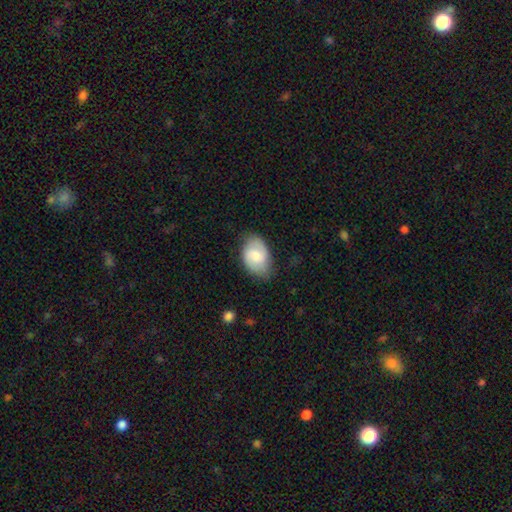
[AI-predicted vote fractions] This is possibly a smooth galaxy (55%). How rounded: clearly in between (85%). Merging: likely none (72%).